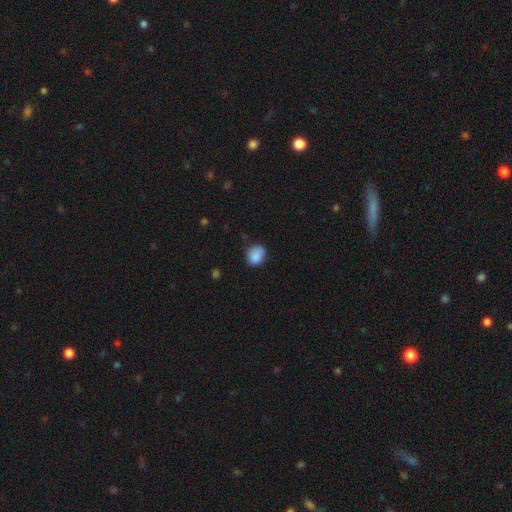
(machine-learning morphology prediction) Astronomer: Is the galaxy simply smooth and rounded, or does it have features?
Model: smooth — 86%.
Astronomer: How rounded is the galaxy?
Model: round — 58% (runner-up: in between, 41%).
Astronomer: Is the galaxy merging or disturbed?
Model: none — 65%.